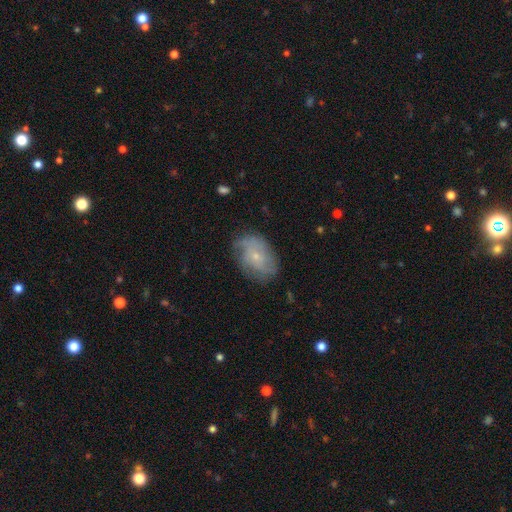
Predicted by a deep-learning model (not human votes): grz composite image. It shows a featured or disk galaxy (54%) with no bar (80%), spiral arms (75%) and a small central bulge (76%). Merging: none (65%).